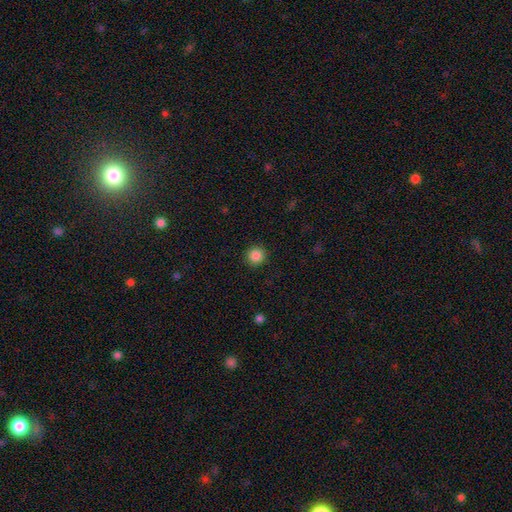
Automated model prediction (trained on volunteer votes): A smooth galaxy with no disk features (86%) that is round (94%).

Vote fractions:
- Smooth or featured? smooth: 86% / star or artifact: 10% / featured or disk: 4%
- How rounded? round: 94% / in between: 5% / cigar-shaped: 1%
- Merging? none: 92% / minor disturbance: 5% / major disturbance: 2% / merger: 1%